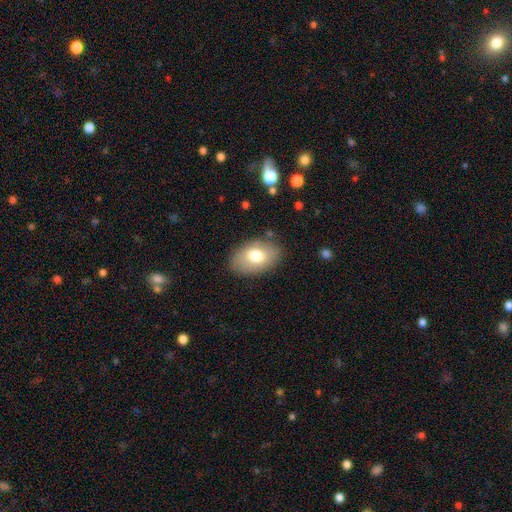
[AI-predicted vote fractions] Q: Smooth or featured?
A: smooth (74%); runner-up: featured or disk (19%)
Q: How rounded?
A: in between (89%); runner-up: round (10%)
Q: Merging?
A: none (83%); runner-up: minor disturbance (12%)